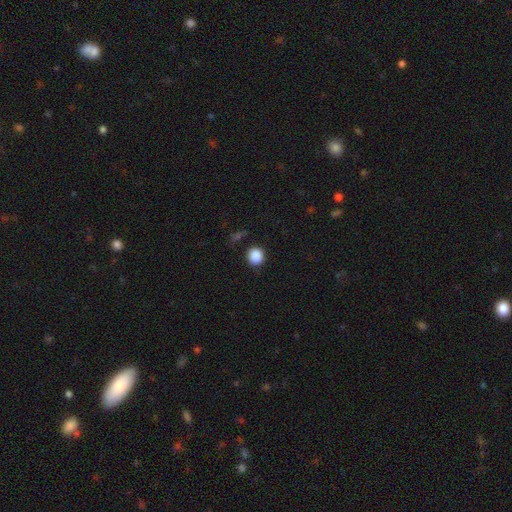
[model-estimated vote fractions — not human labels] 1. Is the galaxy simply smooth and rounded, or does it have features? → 88% smooth, 9% star or artifact, 3% featured or disk.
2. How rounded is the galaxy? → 90% round, 9% in between, 1% cigar-shaped.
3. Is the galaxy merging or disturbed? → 87% none, 8% minor disturbance, 3% major disturbance, 2% merger.